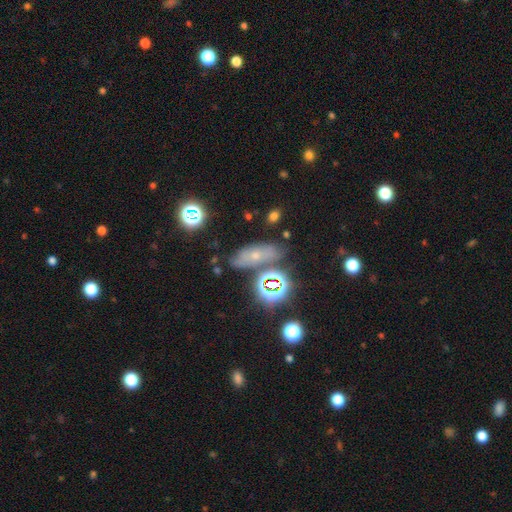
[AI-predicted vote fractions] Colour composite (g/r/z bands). It shows a smooth galaxy with no disk features (41%). Merging: none (70%).